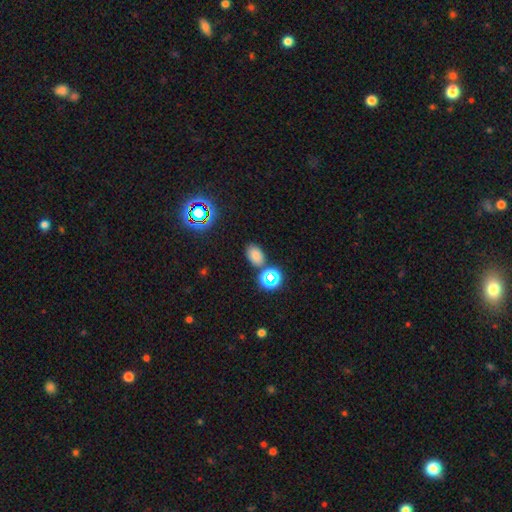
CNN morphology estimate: Smooth or featured? Predicted: smooth (p=0.75). How rounded? Predicted: in between (p=0.81). Merging? Predicted: none (p=0.78).